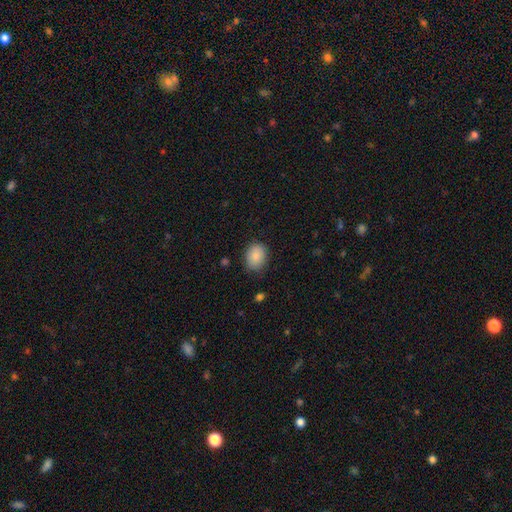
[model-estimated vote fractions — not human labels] Morphology: type=smooth (88%); roundness=in between (59%); merging=none (82%).